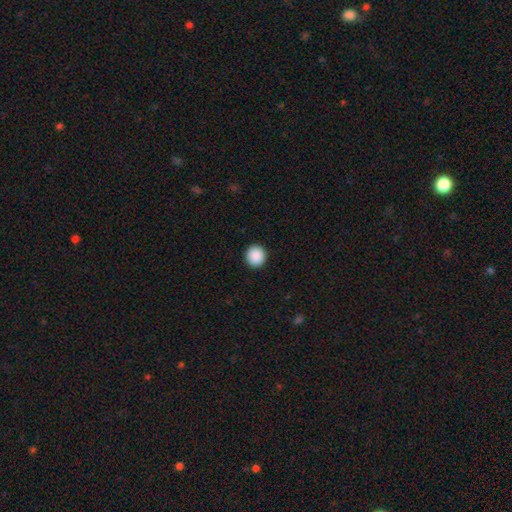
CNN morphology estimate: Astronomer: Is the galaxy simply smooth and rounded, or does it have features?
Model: smooth — 90%.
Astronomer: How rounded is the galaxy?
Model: round — 94%.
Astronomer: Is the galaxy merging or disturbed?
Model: none — 93%.